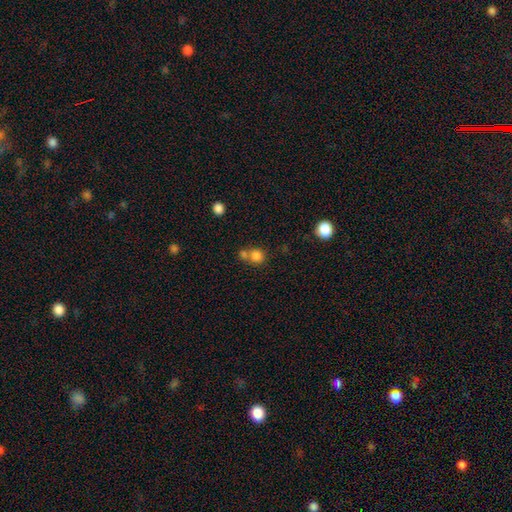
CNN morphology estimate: Q: Smooth or featured?
A: smooth (81%); runner-up: star or artifact (12%)
Q: How rounded?
A: round (85%); runner-up: in between (14%)
Q: Merging?
A: none (49%); runner-up: merger (40%)